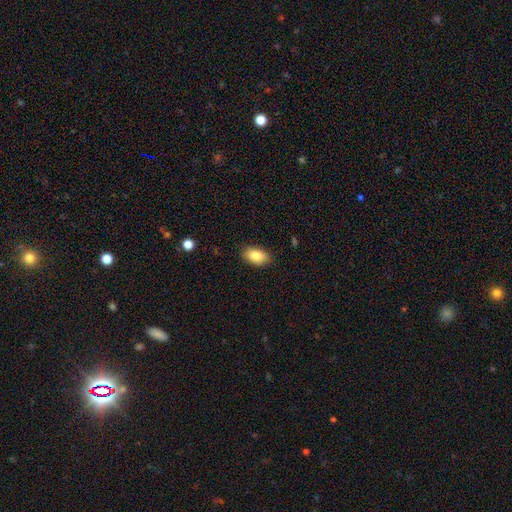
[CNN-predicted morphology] smooth_or_featured: smooth (p=0.87) [alt: star or artifact p=0.07]
how_rounded: in between (p=0.92) [alt: round p=0.05]
merging: none (p=0.87) [alt: minor disturbance p=0.10]